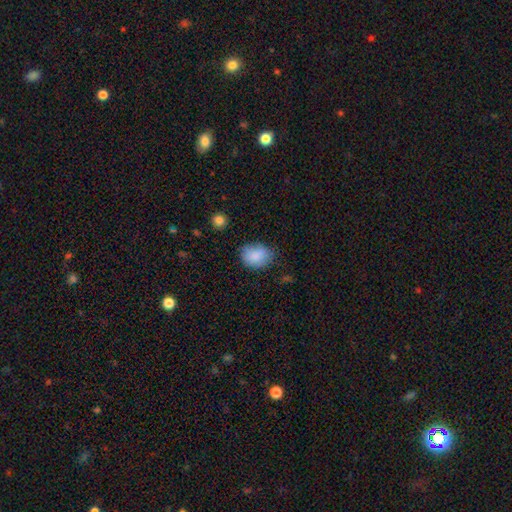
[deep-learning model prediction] Smooth or featured? Predicted: smooth (p=0.85). How rounded? Predicted: in between (p=0.61). Merging? Predicted: none (p=0.69).